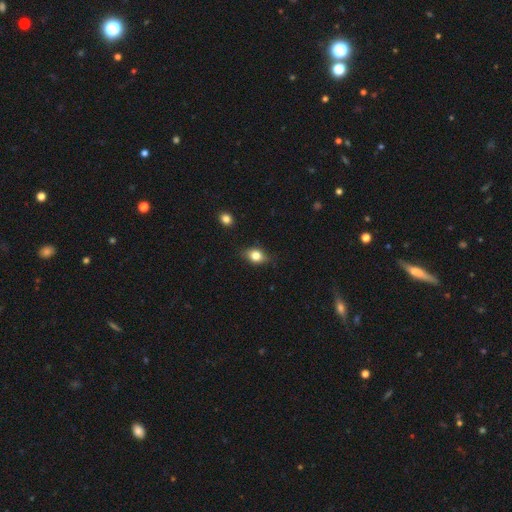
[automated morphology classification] Smooth or featured? smooth (74%)
How rounded? in between (65%)
Merging? none (77%)